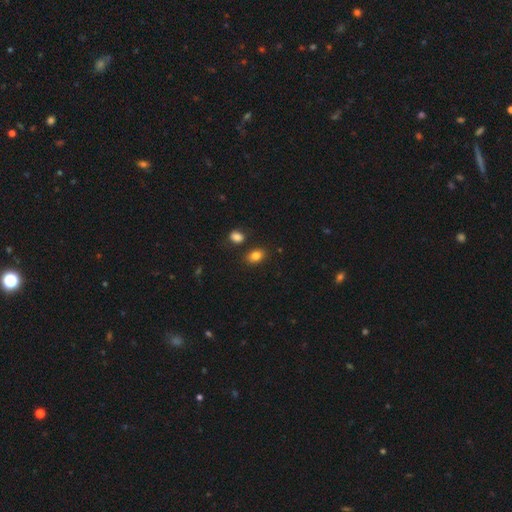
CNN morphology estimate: The model was most divided on "how rounded": in between: 74%, round: 24%, cigar-shaped: 1%. More confident: smooth or featured — smooth (83%); merging — none (81%).